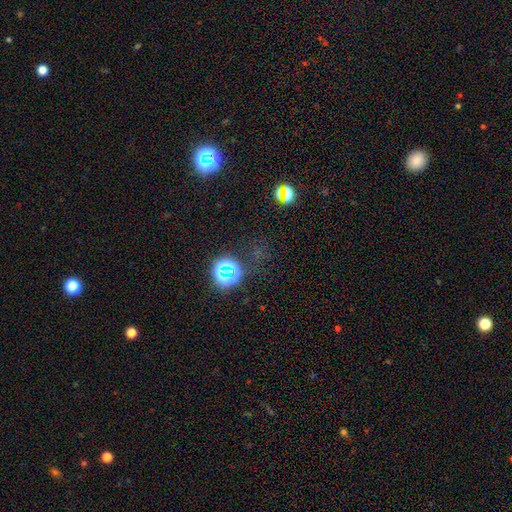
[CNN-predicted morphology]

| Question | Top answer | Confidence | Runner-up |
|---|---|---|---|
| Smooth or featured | star or artifact | 64% | smooth (29%) |